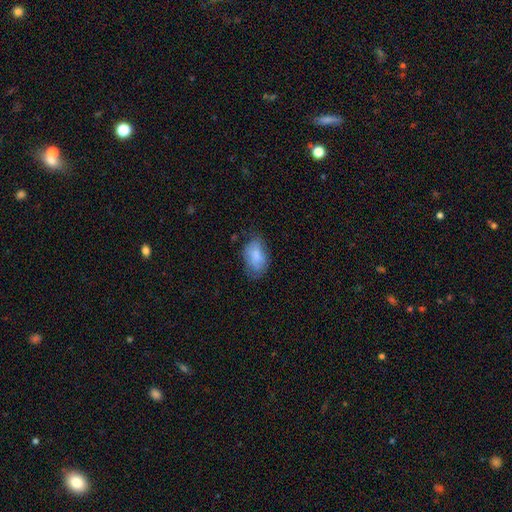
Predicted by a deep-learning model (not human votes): Smooth or featured? Predicted: smooth (p=0.78). How rounded? Predicted: in between (p=0.91). Merging? Predicted: none (p=0.56).